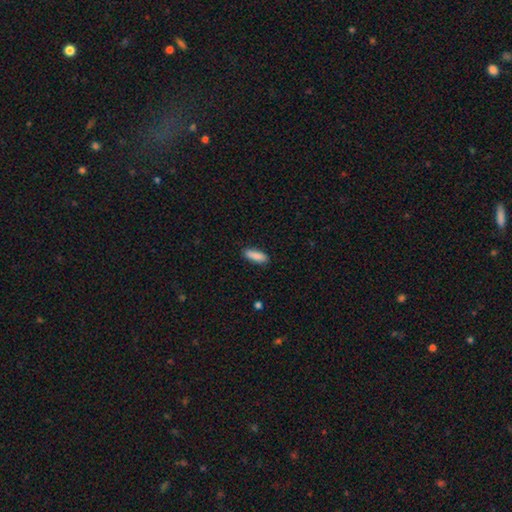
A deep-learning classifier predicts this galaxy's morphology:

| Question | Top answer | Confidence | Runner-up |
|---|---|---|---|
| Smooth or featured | smooth | 89% | star or artifact (6%) |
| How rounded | in between | 59% | cigar-shaped (39%) |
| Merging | none | 87% | minor disturbance (10%) |